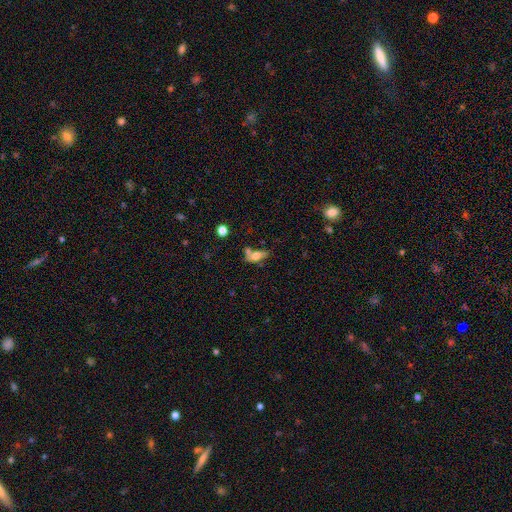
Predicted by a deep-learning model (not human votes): This is likely a smooth galaxy (61%). How rounded: likely in between (76%). Merging: marginally none (39%).